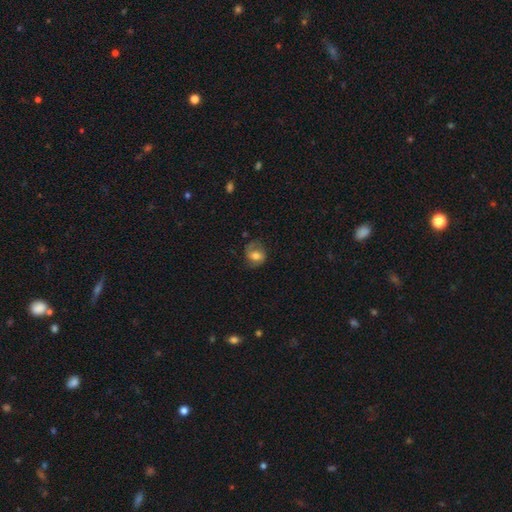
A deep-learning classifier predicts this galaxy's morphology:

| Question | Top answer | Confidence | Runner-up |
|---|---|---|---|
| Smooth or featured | smooth | 49% | featured or disk (42%) |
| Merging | none | 59% | minor disturbance (24%) |